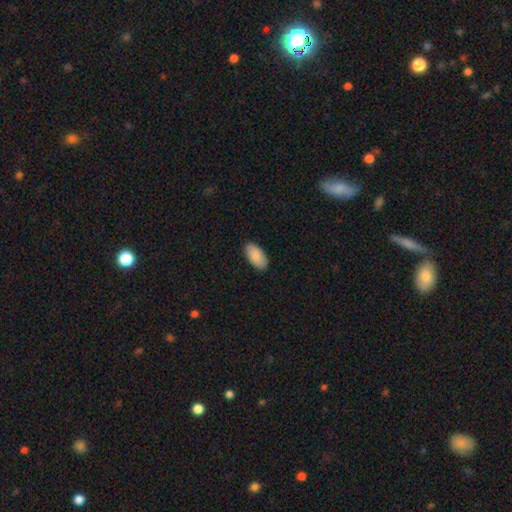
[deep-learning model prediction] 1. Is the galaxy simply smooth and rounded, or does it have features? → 88% smooth, 6% featured or disk, 6% star or artifact.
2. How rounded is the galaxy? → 95% in between, 2% cigar-shaped, 2% round.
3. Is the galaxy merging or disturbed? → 89% none, 9% minor disturbance, 2% major disturbance, 1% merger.